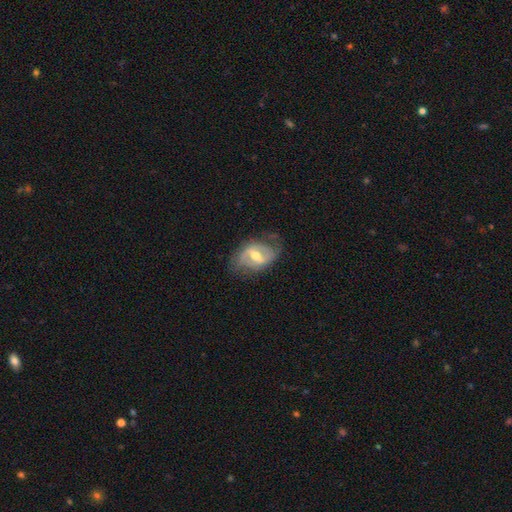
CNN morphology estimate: smooth_or_featured: featured or disk (p=0.71) [alt: smooth p=0.23]
disk_edge_on: no (p=0.94) [alt: yes p=0.06]
bar: strong (p=0.44) [alt: weak p=0.40]
has_spiral_arms: yes (p=0.63) [alt: no p=0.37]
bulge_size: moderate (p=0.75) [alt: small p=0.14]
merging: none (p=0.63) [alt: minor disturbance p=0.24]